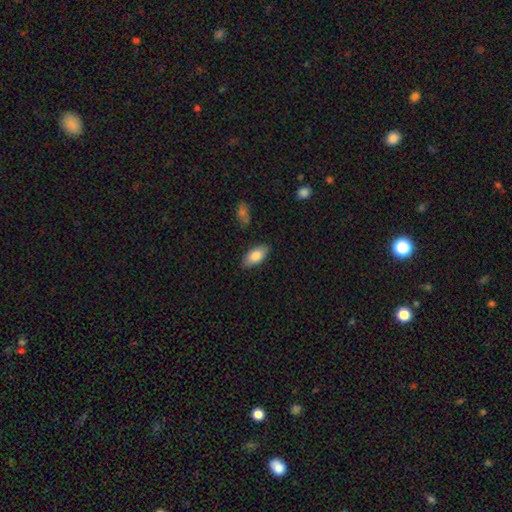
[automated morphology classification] Smooth or featured: smooth — 82% (featured or disk — 11%)
How rounded: in between — 91% (cigar-shaped — 7%)
Merging: none — 85% (minor disturbance — 11%)